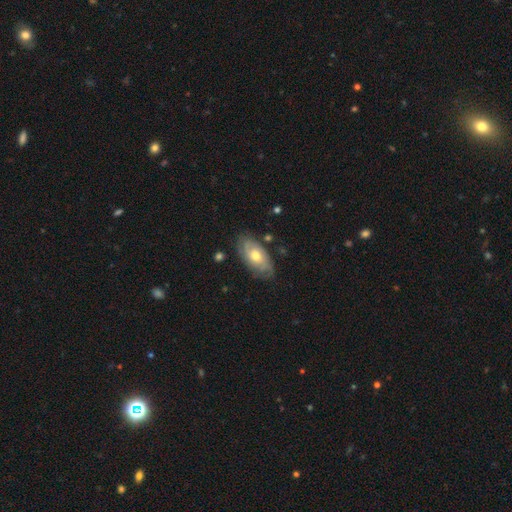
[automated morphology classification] Smooth or featured? Predicted: featured or disk (p=0.64). Edge-on disk? Predicted: no (p=0.92). Bar? Predicted: no (p=0.78). Spiral arms? Predicted: yes (p=0.81). Bulge size? Predicted: moderate (p=0.72). Merging? Predicted: none (p=0.76).